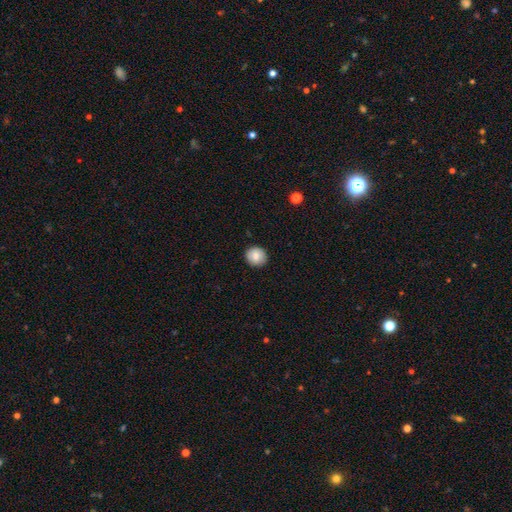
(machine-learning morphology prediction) smooth_or_featured: smooth (p=0.82) [alt: featured or disk p=0.09]
how_rounded: round (p=0.89) [alt: in between p=0.10]
merging: none (p=0.90) [alt: minor disturbance p=0.07]